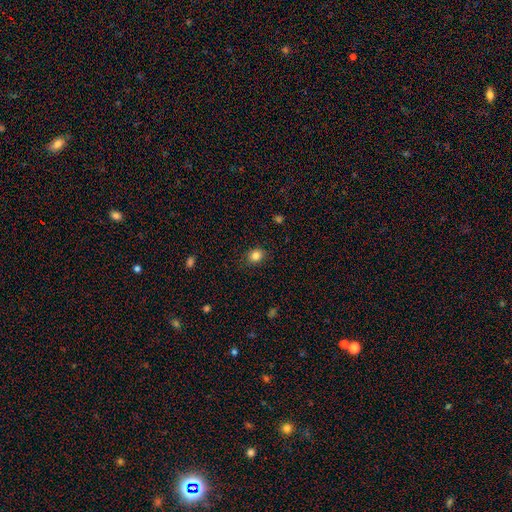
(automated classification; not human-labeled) Q: Smooth or featured?
A: smooth (84%); runner-up: star or artifact (11%)
Q: How rounded?
A: round (61%); runner-up: in between (38%)
Q: Merging?
A: none (87%); runner-up: minor disturbance (10%)